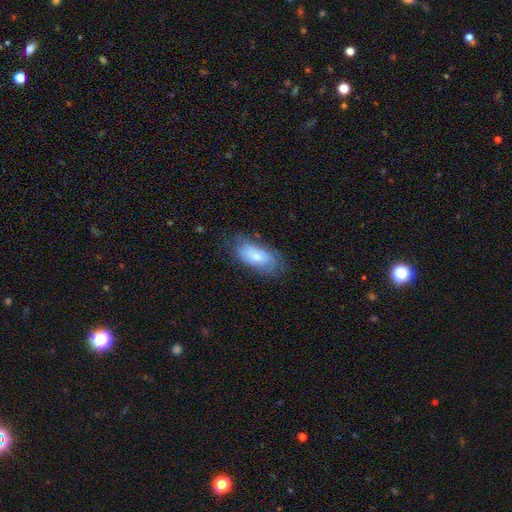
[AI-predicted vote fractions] Smooth or featured: smooth — 58% (featured or disk — 35%)
How rounded: in between — 90% (cigar-shaped — 6%)
Merging: none — 61% (minor disturbance — 27%)